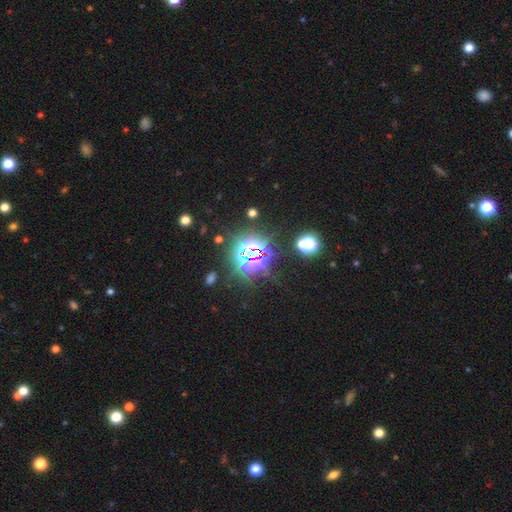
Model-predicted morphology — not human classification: Smooth or featured?
  - star or artifact: 83% *
  - smooth: 10%
  - featured or disk: 8%